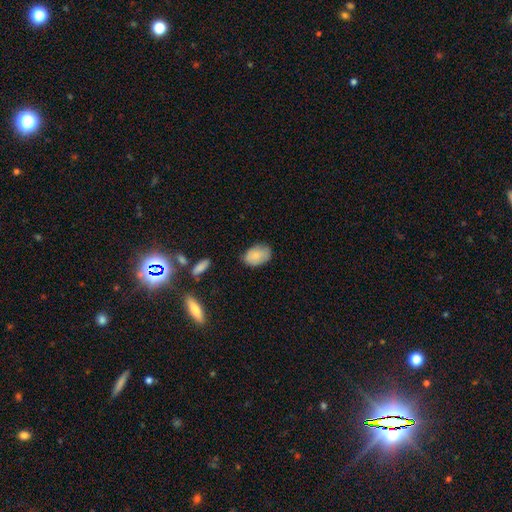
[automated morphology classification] A smooth galaxy with no disk features (82%) that is in between round and cigar-shaped (87%).

Vote fractions:
- Smooth or featured? smooth: 82% / featured or disk: 11% / star or artifact: 7%
- How rounded? in between: 87% / round: 12% / cigar-shaped: 1%
- Merging? none: 72% / minor disturbance: 21% / major disturbance: 4% / merger: 2%